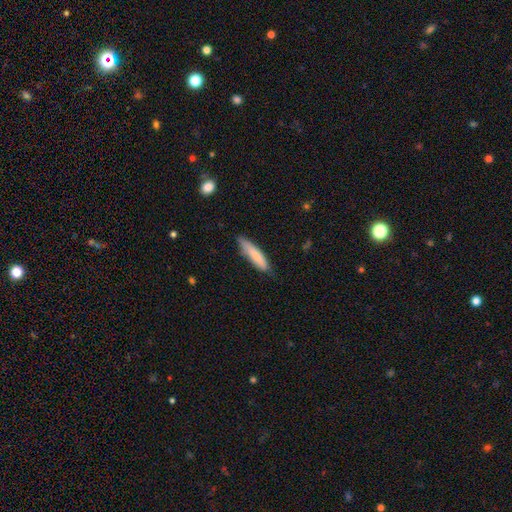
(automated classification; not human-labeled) A smooth galaxy with no disk features (81%) that is cigar-shaped (79%). Merging: none (75%).